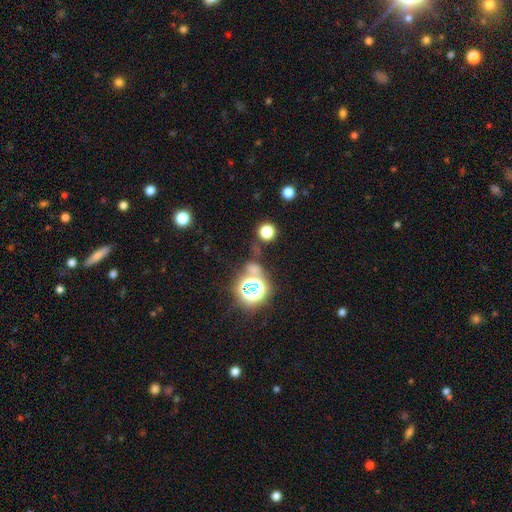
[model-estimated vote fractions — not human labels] smooth_or_featured: star or artifact (p=0.73) [alt: smooth p=0.19]